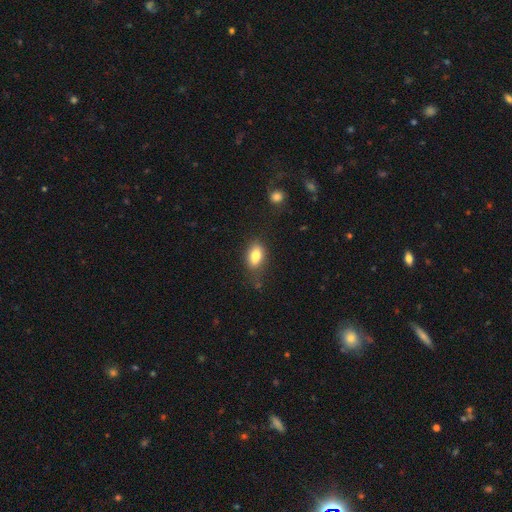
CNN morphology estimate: Smooth or featured? smooth (80%)
How rounded? in between (86%)
Merging? none (69%)